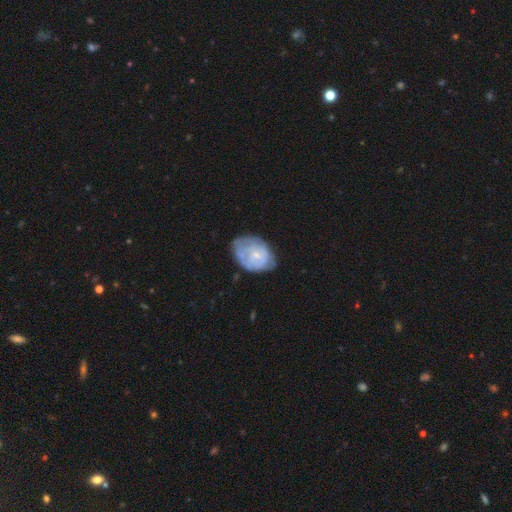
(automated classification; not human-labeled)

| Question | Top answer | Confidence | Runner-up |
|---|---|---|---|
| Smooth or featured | featured or disk | 55% | smooth (38%) |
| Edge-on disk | no | 97% | yes (3%) |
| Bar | no | 80% | weak (18%) |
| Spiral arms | no | 56% | yes (44%) |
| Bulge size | small | 69% | moderate (23%) |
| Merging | none | 48% | minor disturbance (34%) |